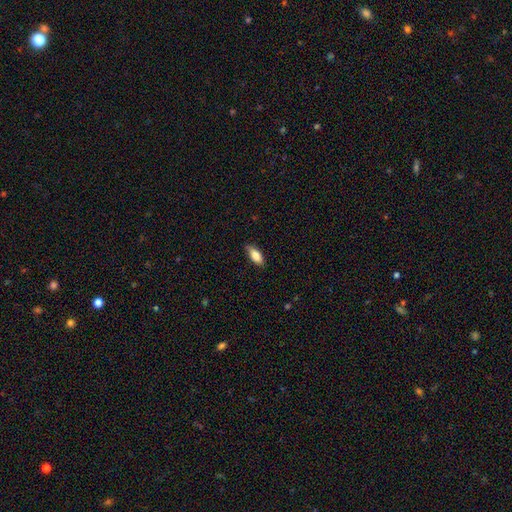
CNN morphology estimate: The model was most divided on "how rounded": in between: 81%, cigar-shaped: 17%, round: 2%. More confident: merging — none (81%); smooth or featured — smooth (80%).